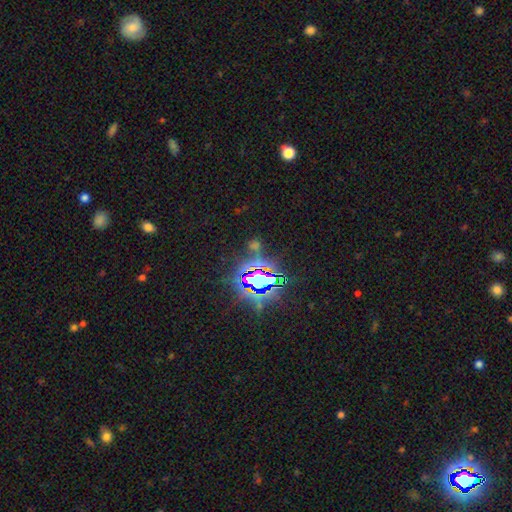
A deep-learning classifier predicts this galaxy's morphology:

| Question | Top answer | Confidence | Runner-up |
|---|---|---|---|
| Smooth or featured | star or artifact | 84% | smooth (9%) |